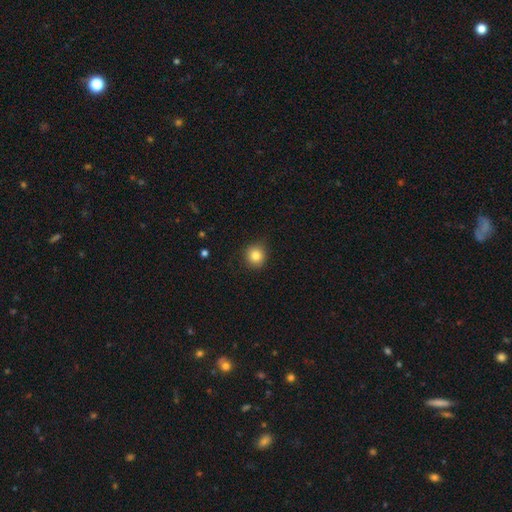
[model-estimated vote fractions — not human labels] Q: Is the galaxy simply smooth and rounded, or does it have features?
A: smooth — 83%.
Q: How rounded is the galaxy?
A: round — 90%.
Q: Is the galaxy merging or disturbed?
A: none — 89%.